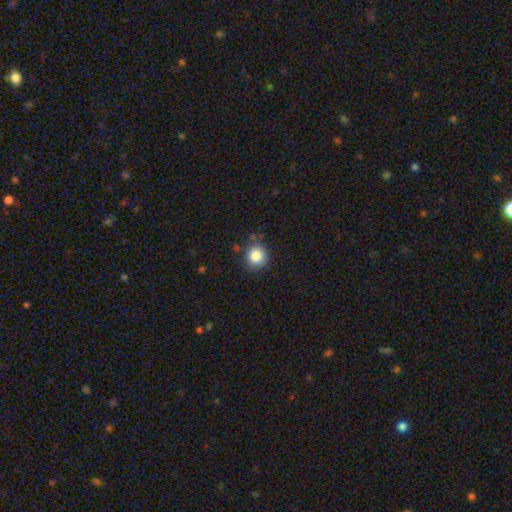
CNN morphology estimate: smooth_or_featured: smooth (p=0.84) [alt: star or artifact p=0.10]
how_rounded: round (p=0.91) [alt: in between p=0.08]
merging: none (p=0.81) [alt: minor disturbance p=0.13]